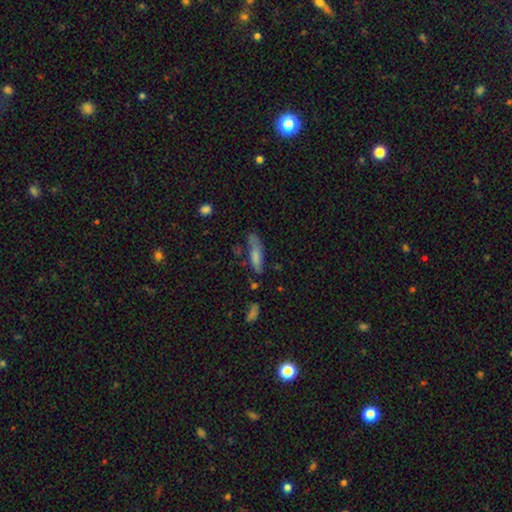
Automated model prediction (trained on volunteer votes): smooth-or-featured: smooth: 71% | featured or disk: 21% | star or artifact: 8%
  how-rounded: cigar-shaped: 59% | in between: 39% | round: 2%
  merging: none: 51% | minor disturbance: 28% | major disturbance: 13% | merger: 8%